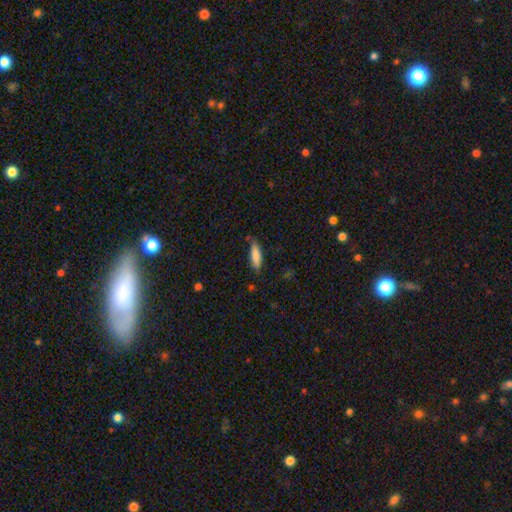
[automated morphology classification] This appears to be a smooth galaxy with no disk features (81%) that is cigar-shaped (51%). Merging: none (74%).